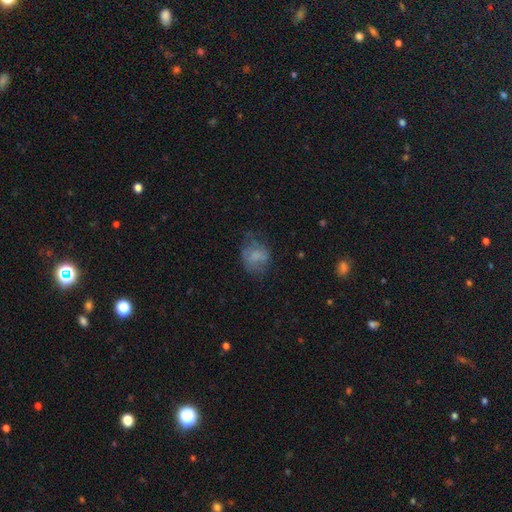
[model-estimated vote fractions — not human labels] Smooth or featured? Predicted: smooth (p=0.59). How rounded? Predicted: round (p=0.55). Merging? Predicted: none (p=0.47).